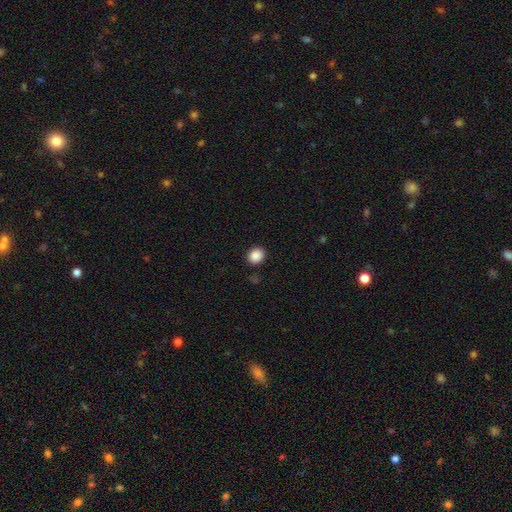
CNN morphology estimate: Smooth or featured? smooth (88%)
How rounded? round (71%)
Merging? none (89%)